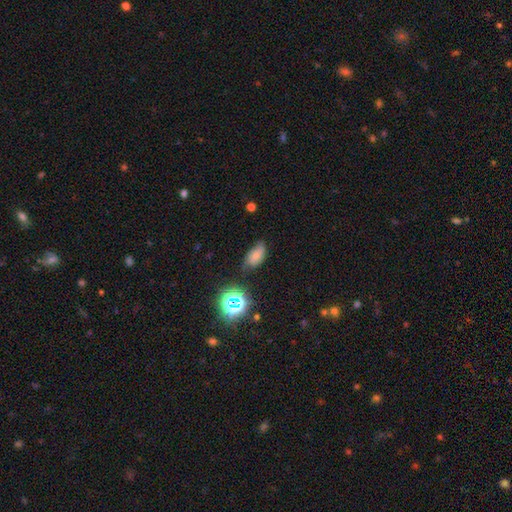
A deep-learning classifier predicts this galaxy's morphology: smooth_or_featured: smooth (p=0.57) [alt: featured or disk p=0.24]
how_rounded: in between (p=0.89) [alt: round p=0.08]
merging: none (p=0.56) [alt: minor disturbance p=0.32]